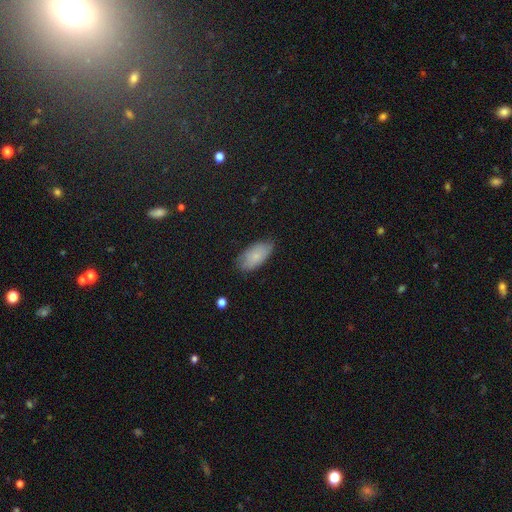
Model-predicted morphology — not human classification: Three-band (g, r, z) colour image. It shows a smooth galaxy with no disk features (75%) that is in between round and cigar-shaped (92%). Merging: none (70%).